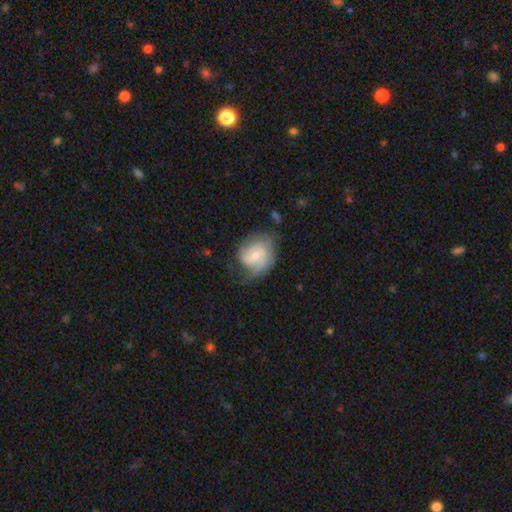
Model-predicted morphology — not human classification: The model was most divided on "bulge size" (2-way tie): small: 46%, moderate: 46%, large: 4%, none: 4%, dominant: 1%. Remaining: edge-on disk — no (97%); spiral arms — yes (88%); smooth or featured — featured or disk (62%); bar — no (57%); merging — none (52%); spiral arm count — 2 (45%); spiral winding — medium (41%).